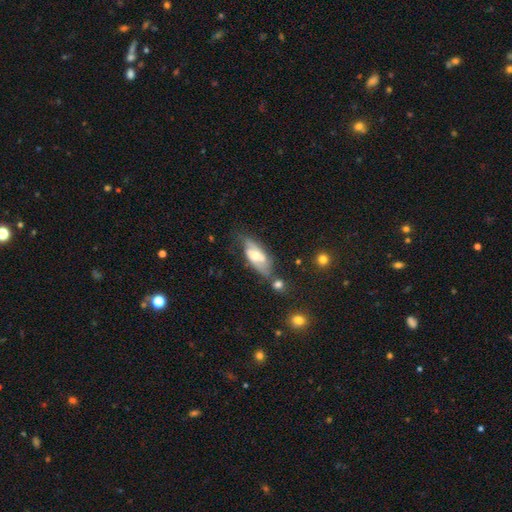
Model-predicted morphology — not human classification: featured or disk 58%, smooth 36%, star or artifact 7%. Down the decision tree: edge-on disk — no (81%); merging — none (51%).